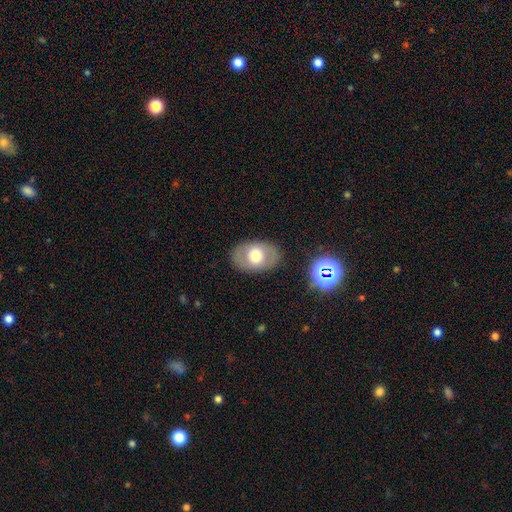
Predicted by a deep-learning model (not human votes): Smooth or featured? smooth (53%)
How rounded? in between (80%)
Merging? none (84%)